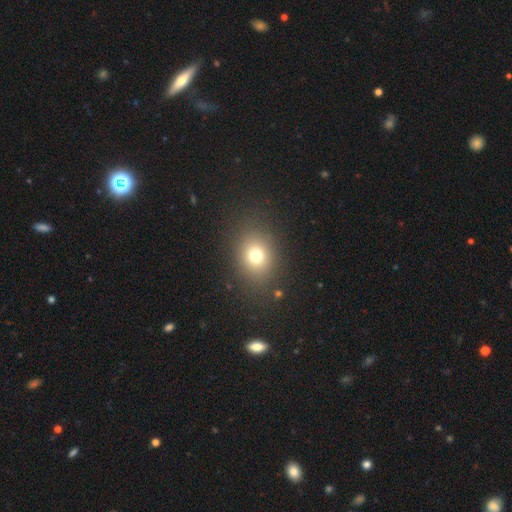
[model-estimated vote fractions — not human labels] This appears to be a smooth galaxy with no disk features (74%) that is round (59%). Merging: none (85%).